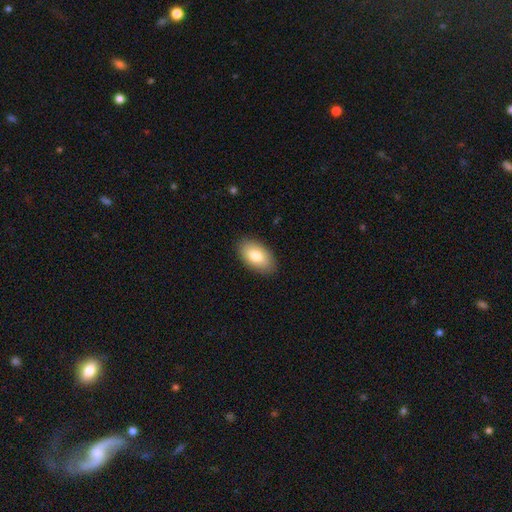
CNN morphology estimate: The model was most divided on "smooth or featured": smooth: 81%, featured or disk: 13%, star or artifact: 6%. More confident: how rounded — in between (95%); merging — none (88%).